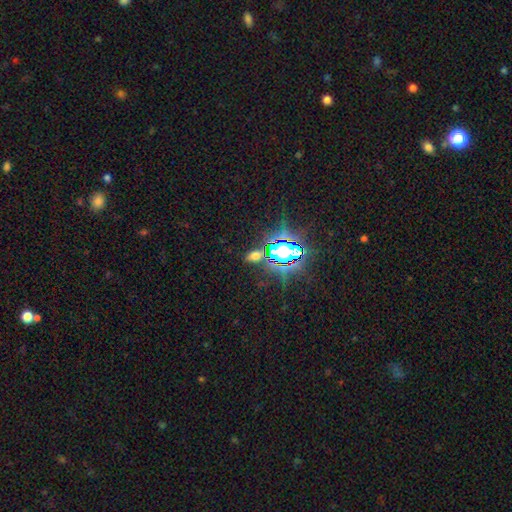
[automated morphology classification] A star or artifact, not a galaxy (51%).